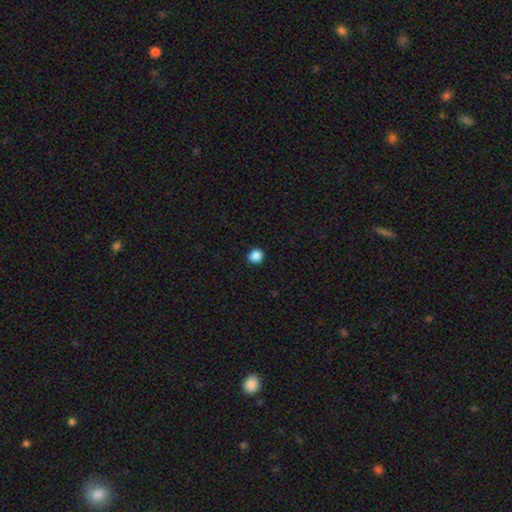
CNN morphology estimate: smooth_or_featured: smooth (p=0.88) [alt: star or artifact p=0.10]
how_rounded: round (p=0.79) [alt: in between p=0.20]
merging: none (p=0.90) [alt: minor disturbance p=0.07]